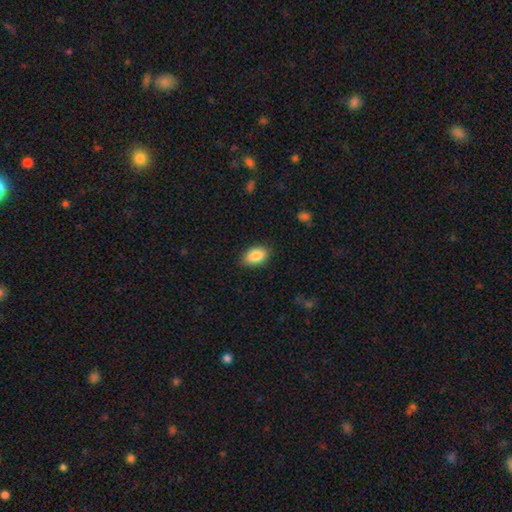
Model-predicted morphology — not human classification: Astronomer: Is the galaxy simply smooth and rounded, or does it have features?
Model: smooth — 88%.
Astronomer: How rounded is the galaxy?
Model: in between — 91%.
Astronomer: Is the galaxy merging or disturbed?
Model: none — 85%.